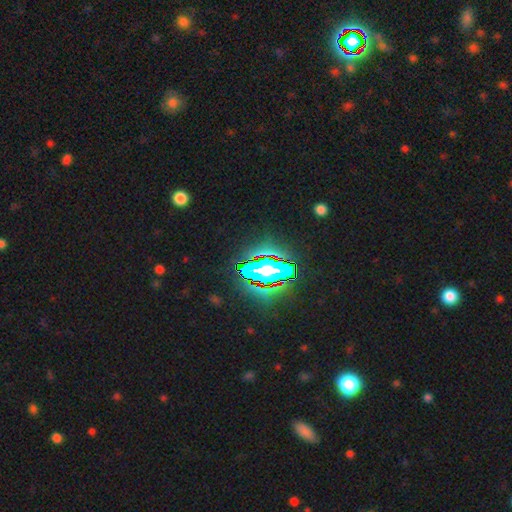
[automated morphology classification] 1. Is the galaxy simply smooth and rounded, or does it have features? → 84% star or artifact, 9% smooth, 7% featured or disk.